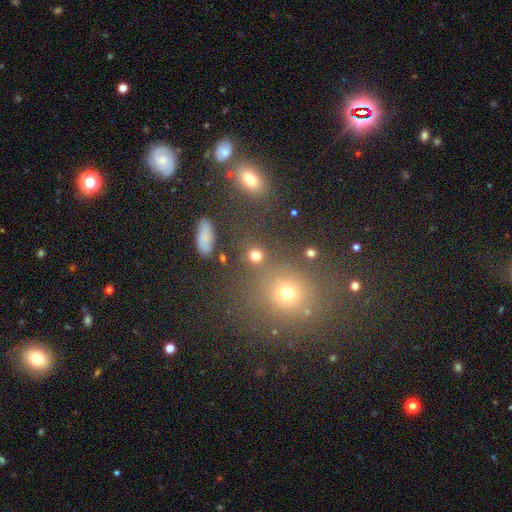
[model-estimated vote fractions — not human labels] The model was most divided on "smooth or featured": smooth: 75%, star or artifact: 18%, featured or disk: 6%. More confident: how rounded — round (86%); merging — none (79%).